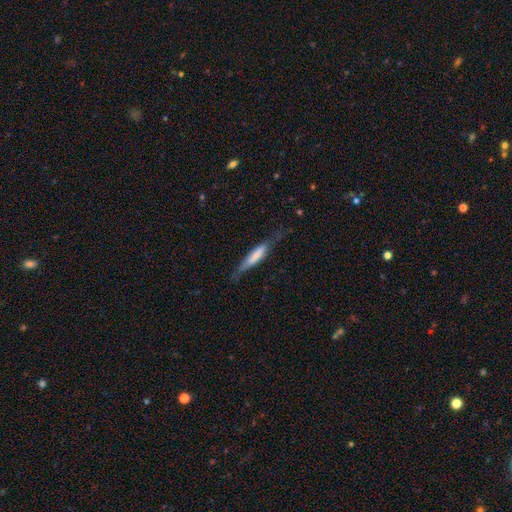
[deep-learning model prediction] Smooth or featured?
  - smooth: 61% *
  - featured or disk: 33%
  - star or artifact: 6%
How rounded?
  - cigar-shaped: 84% *
  - in between: 14%
  - round: 2%
Merging?
  - none: 63% *
  - minor disturbance: 25%
  - major disturbance: 10%
  - merger: 2%